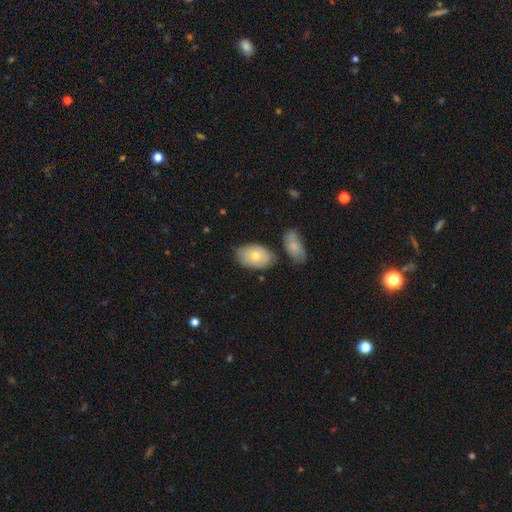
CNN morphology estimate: Q: Smooth or featured?
A: smooth (64%); runner-up: featured or disk (30%)
Q: How rounded?
A: in between (87%); runner-up: round (12%)
Q: Merging?
A: none (64%); runner-up: minor disturbance (22%)